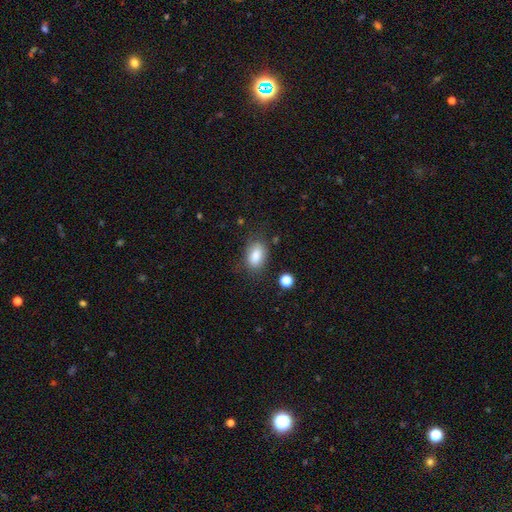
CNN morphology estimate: The model was most divided on "merging": none: 73%, minor disturbance: 18%, major disturbance: 6%, merger: 3%. More confident: how rounded — in between (86%); smooth or featured — smooth (85%).